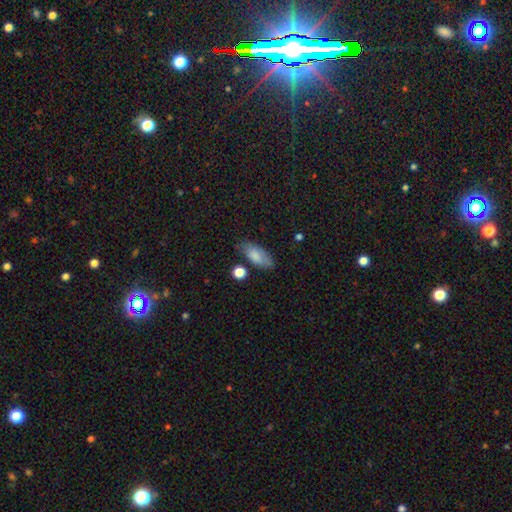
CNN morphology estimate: The model was most divided on "merging": none: 74%, minor disturbance: 18%, major disturbance: 4%, merger: 4%. More confident: smooth or featured — smooth (82%); how rounded — in between (80%).